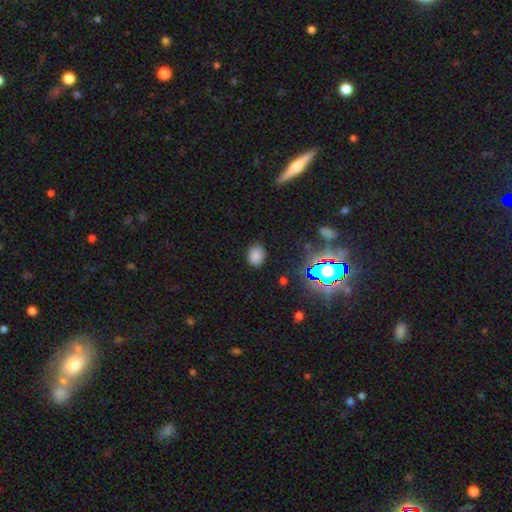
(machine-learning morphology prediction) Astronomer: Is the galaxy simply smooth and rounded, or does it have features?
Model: smooth — 79%.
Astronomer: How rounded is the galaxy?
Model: in between — 60% (runner-up: round, 39%).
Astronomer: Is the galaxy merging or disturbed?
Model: none — 83%.